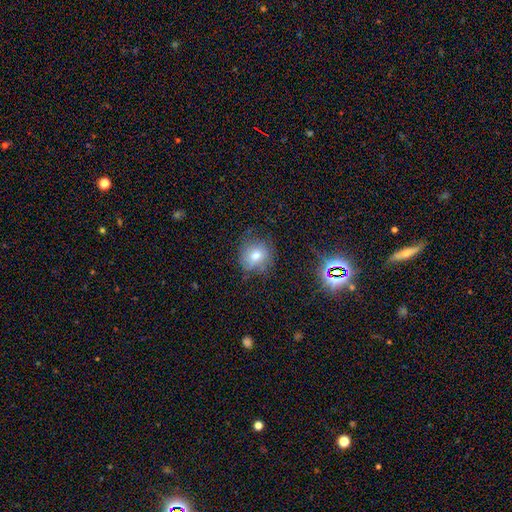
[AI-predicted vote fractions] smooth 65%, featured or disk 19%, star or artifact 16%. Down the decision tree: how rounded — round (79%); merging — none (69%).